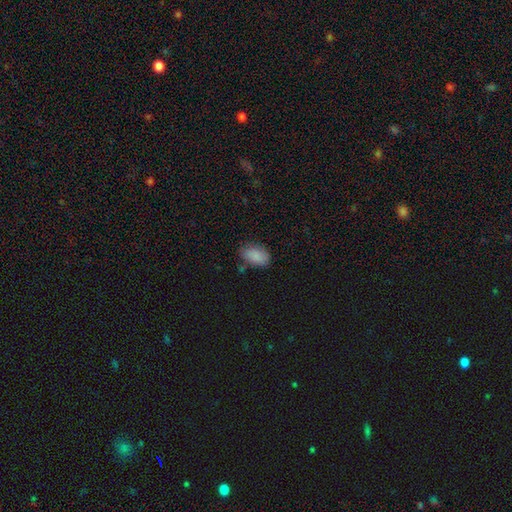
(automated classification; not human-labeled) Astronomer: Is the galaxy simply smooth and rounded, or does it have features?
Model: smooth — 87%.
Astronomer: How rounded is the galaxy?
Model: in between — 90%.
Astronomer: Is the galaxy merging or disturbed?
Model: none — 74%.